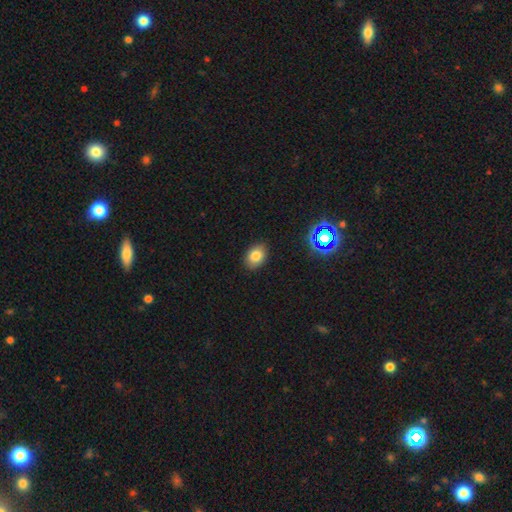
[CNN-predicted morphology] Smooth or featured? Predicted: smooth (p=0.81). How rounded? Predicted: in between (p=0.72). Merging? Predicted: none (p=0.88).